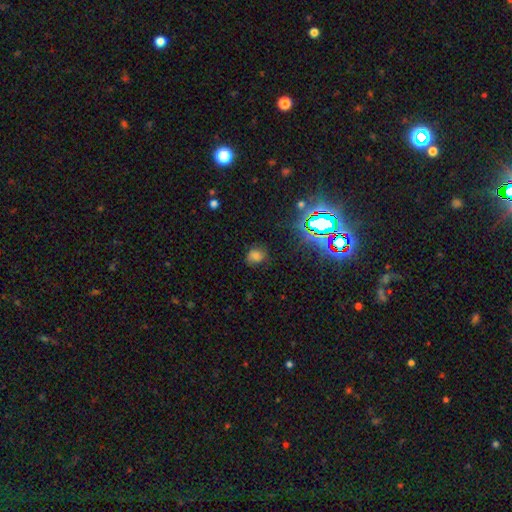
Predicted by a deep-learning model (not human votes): smooth_or_featured: smooth (p=0.67) [alt: star or artifact p=0.24]
how_rounded: round (p=0.58) [alt: in between p=0.41]
merging: none (p=0.72) [alt: minor disturbance p=0.20]